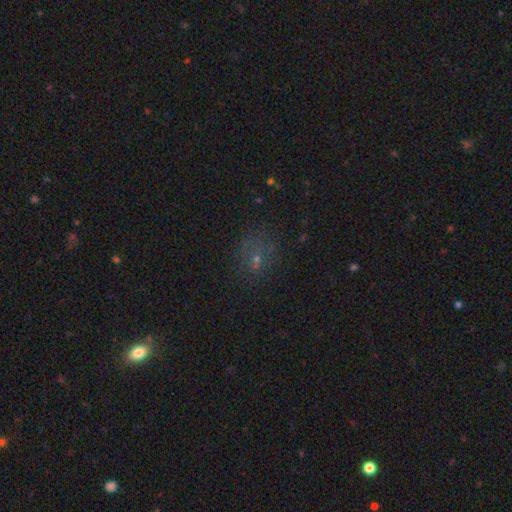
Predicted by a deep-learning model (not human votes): The model was most divided on "smooth or featured": smooth: 48%, star or artifact: 37%, featured or disk: 16%. More confident: merging — none (63%).